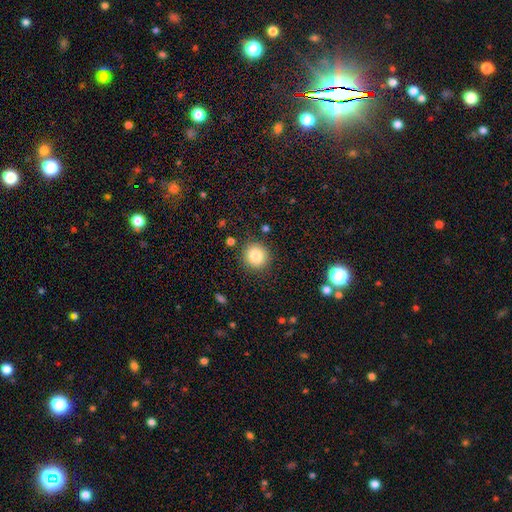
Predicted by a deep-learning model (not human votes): smooth 83%, star or artifact 10%, featured or disk 6%. Down the decision tree: how rounded — round (92%); merging — none (88%).